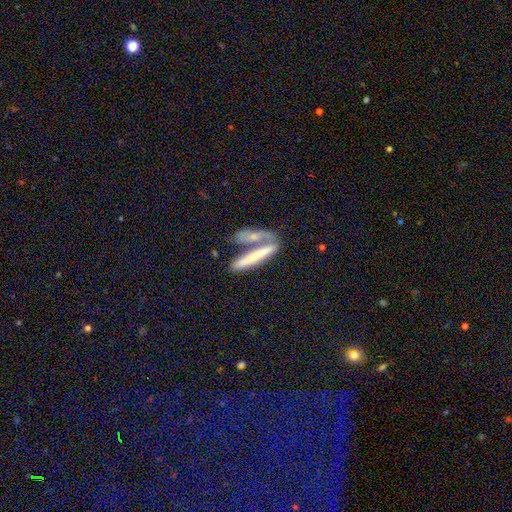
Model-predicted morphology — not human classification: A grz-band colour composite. It shows a smooth galaxy with no disk features (58%) that is cigar-shaped (86%). Merging: merger (42%, tied with none).